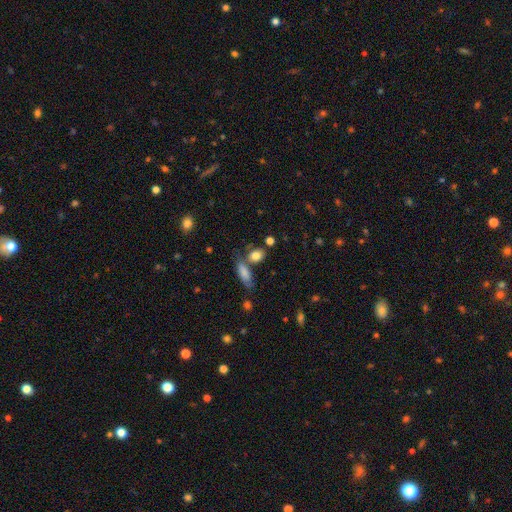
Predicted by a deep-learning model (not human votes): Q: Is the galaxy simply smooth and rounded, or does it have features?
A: smooth — 82%.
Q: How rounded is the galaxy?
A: in between — 63%.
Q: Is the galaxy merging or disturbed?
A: none — 58%.